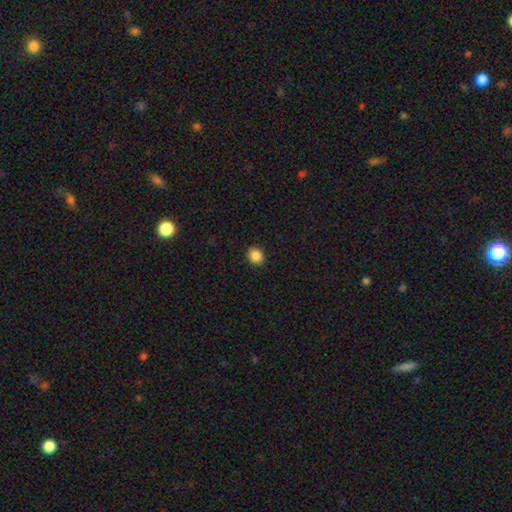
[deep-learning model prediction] A smooth galaxy with no disk features (87%) that is round (62%).

Vote fractions:
- Smooth or featured? smooth: 87% / star or artifact: 10% / featured or disk: 3%
- How rounded? round: 62% / in between: 37% / cigar-shaped: 1%
- Merging? none: 91% / minor disturbance: 6% / major disturbance: 2% / merger: 1%